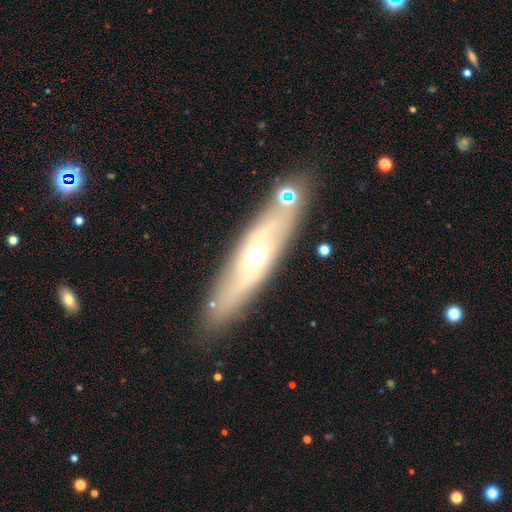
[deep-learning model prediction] Morphology: type=featured or disk (70%); edge-on=yes (50%, tied with no); merging=none (77%).